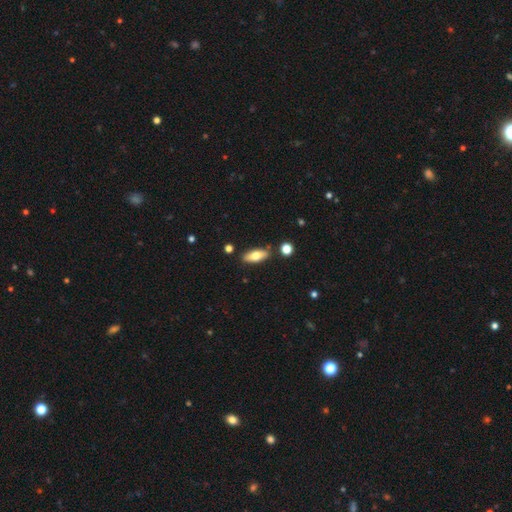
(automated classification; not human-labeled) Smooth or featured?
  - smooth: 69% *
  - featured or disk: 24%
  - star or artifact: 7%
How rounded?
  - in between: 75% *
  - cigar-shaped: 22%
  - round: 3%
Merging?
  - none: 83% *
  - minor disturbance: 11%
  - merger: 4%
  - major disturbance: 2%